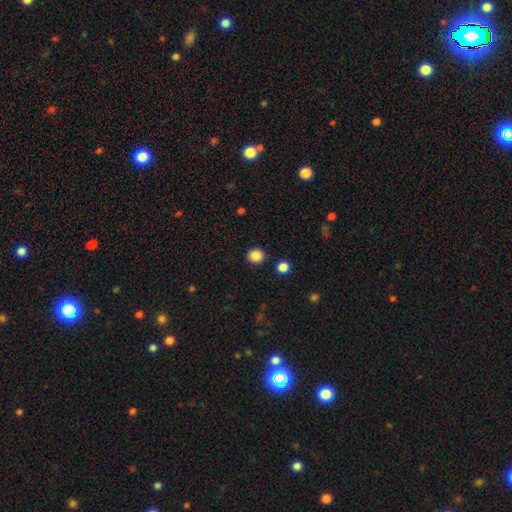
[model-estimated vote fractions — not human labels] A smooth galaxy with no disk features (87%) that is round (91%). Merging: none (90%).